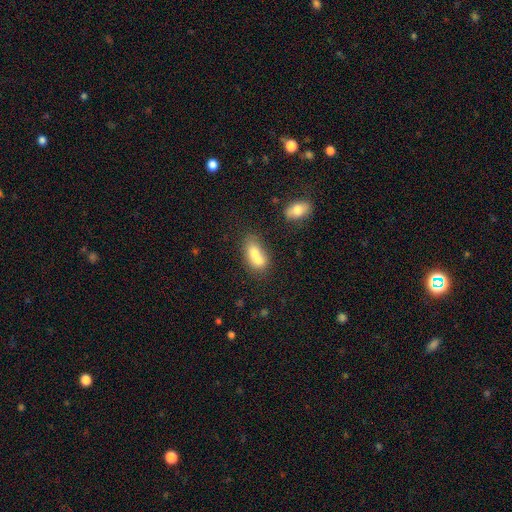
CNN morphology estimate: type=smooth (68%); roundness=in between (75%); merging=merger (61%).